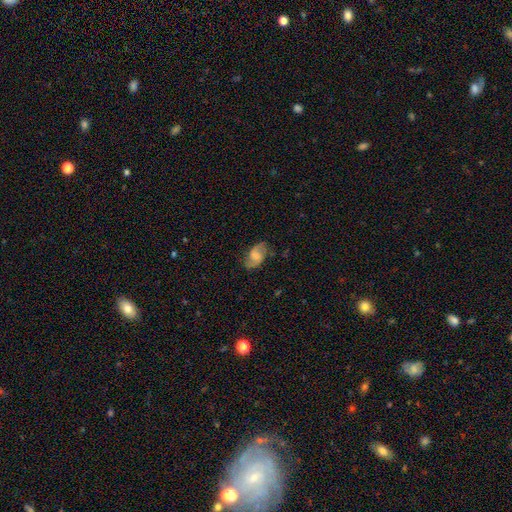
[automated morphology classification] Smooth or featured? Predicted: featured or disk (p=0.67). Edge-on disk? Predicted: no (p=0.97). Bar? Predicted: weak (p=0.50). Spiral arms? Predicted: yes (p=0.92). Spiral winding? Predicted: loose (p=0.45). Spiral arm count? Predicted: 2 (p=0.89). Bulge size? Predicted: moderate (p=0.33, tied with small). Merging? Predicted: none (p=0.75).